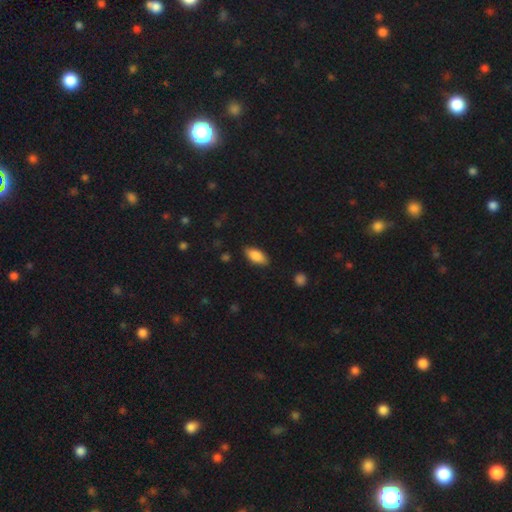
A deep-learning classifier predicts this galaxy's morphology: A smooth galaxy with no disk features (86%) that is in between round and cigar-shaped (90%).

Vote fractions:
- Smooth or featured? smooth: 86% / featured or disk: 7% / star or artifact: 6%
- How rounded? in between: 90% / cigar-shaped: 8% / round: 2%
- Merging? none: 85% / minor disturbance: 11% / major disturbance: 3% / merger: 1%